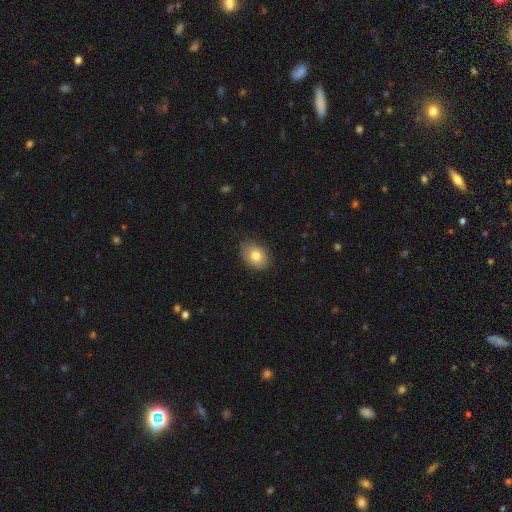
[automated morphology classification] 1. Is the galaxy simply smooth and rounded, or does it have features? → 78% smooth, 14% featured or disk, 8% star or artifact.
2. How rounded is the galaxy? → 77% in between, 22% round, 1% cigar-shaped.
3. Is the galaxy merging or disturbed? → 81% none, 15% minor disturbance, 3% major disturbance, 1% merger.